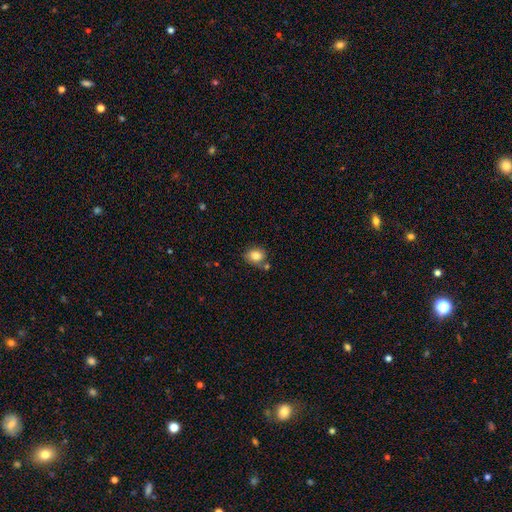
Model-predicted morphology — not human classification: Overall: smooth (83%). How rounded: in between (57%; round 41%). Merging: none (65%).